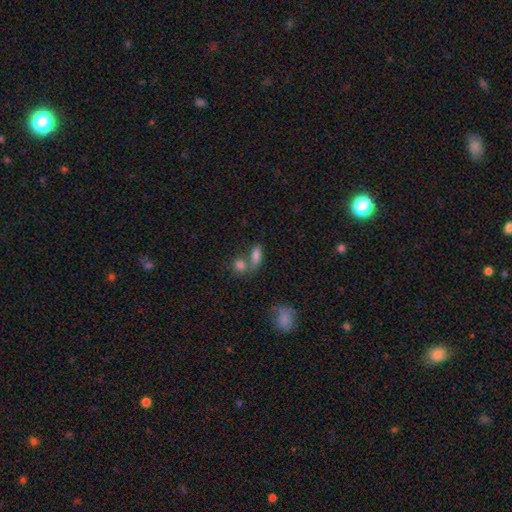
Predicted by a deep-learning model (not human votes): The model was most divided on "merging": merger: 45%, none: 39%, minor disturbance: 10%, major disturbance: 6%. More confident: smooth or featured — smooth (79%); how rounded — in between (76%).